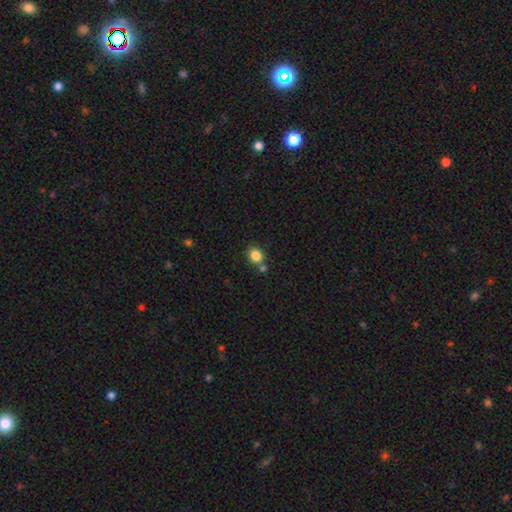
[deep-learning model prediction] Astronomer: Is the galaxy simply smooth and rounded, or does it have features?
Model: smooth — 84%.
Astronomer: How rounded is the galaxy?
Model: round — 68%.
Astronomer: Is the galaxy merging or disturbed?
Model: none — 65%.